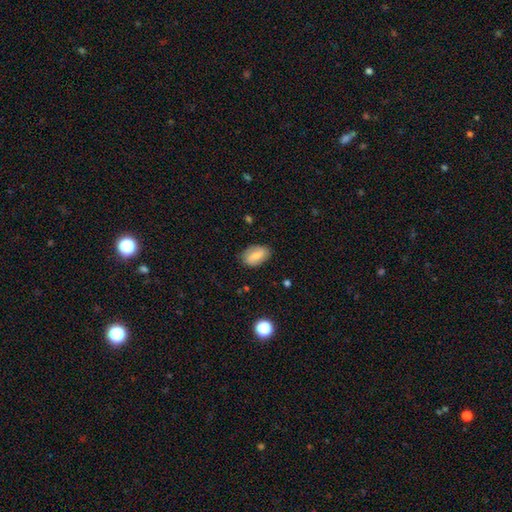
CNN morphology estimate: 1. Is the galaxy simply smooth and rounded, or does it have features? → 68% smooth, 25% featured or disk, 7% star or artifact.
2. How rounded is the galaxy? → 91% in between, 7% round, 2% cigar-shaped.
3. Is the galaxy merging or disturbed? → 80% none, 15% minor disturbance, 3% major disturbance, 1% merger.